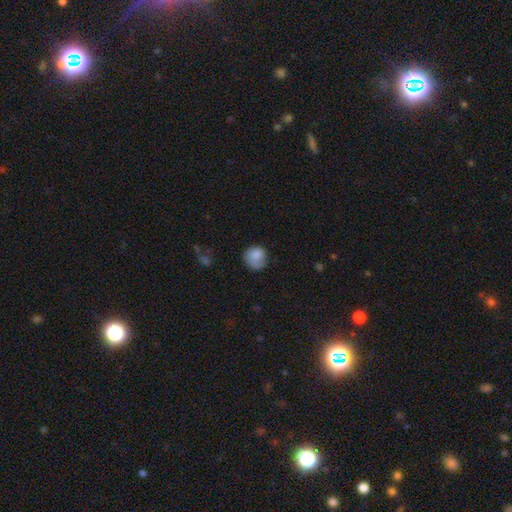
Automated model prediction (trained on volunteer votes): This is clearly a smooth galaxy (82%). How rounded: clearly round (82%). Merging: possibly none (57%).